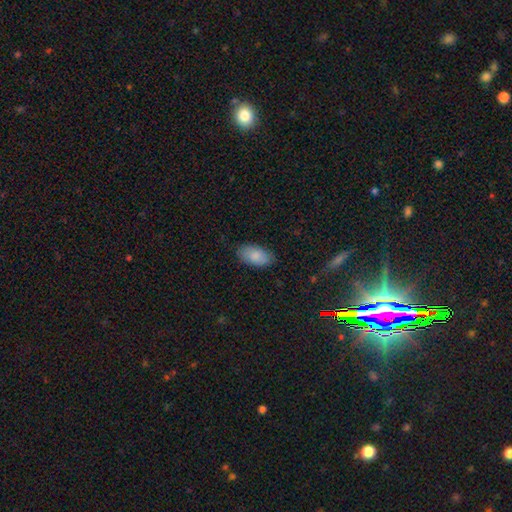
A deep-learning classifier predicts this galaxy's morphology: Smooth or featured?
  - smooth: 86% *
  - featured or disk: 8%
  - star or artifact: 6%
How rounded?
  - in between: 94% *
  - round: 3%
  - cigar-shaped: 2%
Merging?
  - none: 83% *
  - minor disturbance: 13%
  - major disturbance: 3%
  - merger: 1%